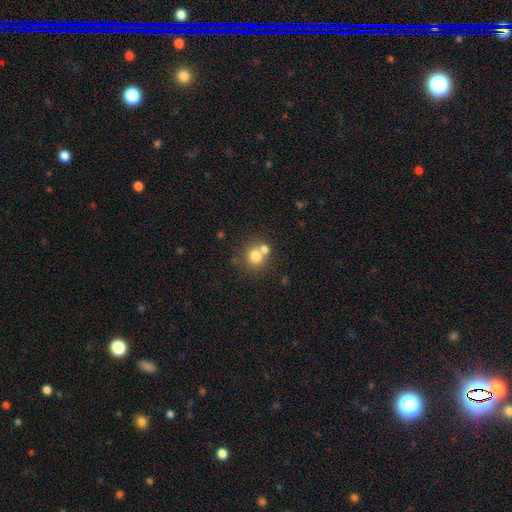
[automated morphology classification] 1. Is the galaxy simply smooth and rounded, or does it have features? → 75% smooth, 13% featured or disk, 12% star or artifact.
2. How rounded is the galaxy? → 85% round, 14% in between, 1% cigar-shaped.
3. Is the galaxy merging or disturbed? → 50% none, 39% merger, 7% minor disturbance, 3% major disturbance.